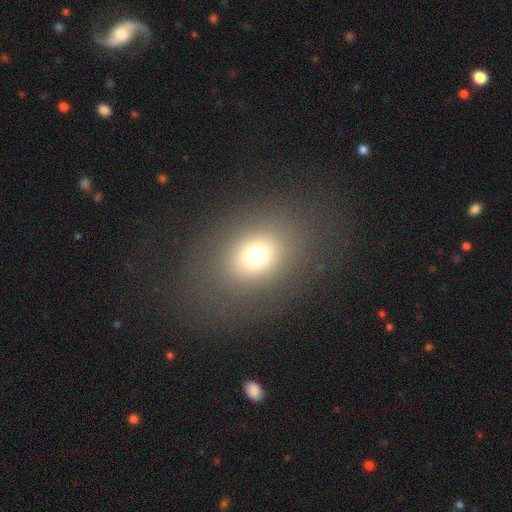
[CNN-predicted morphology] type=smooth (70%); roundness=round (53%); merging=none (82%).